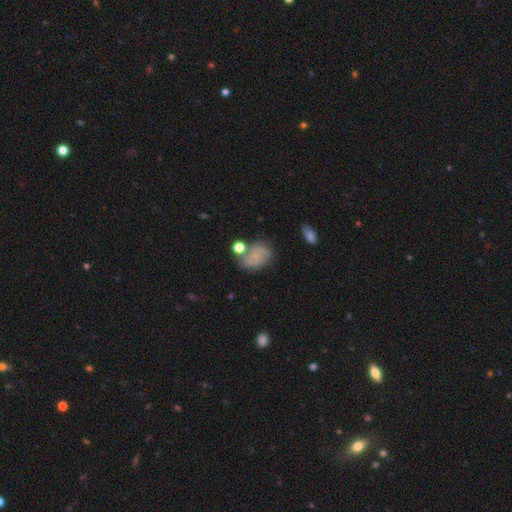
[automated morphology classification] Smooth or featured? Predicted: featured or disk (p=0.52). Edge-on disk? Predicted: no (p=0.97). Bar? Predicted: no (p=0.73). Spiral arms? Predicted: yes (p=0.83). Bulge size? Predicted: small (p=0.66). Merging? Predicted: none (p=0.56).